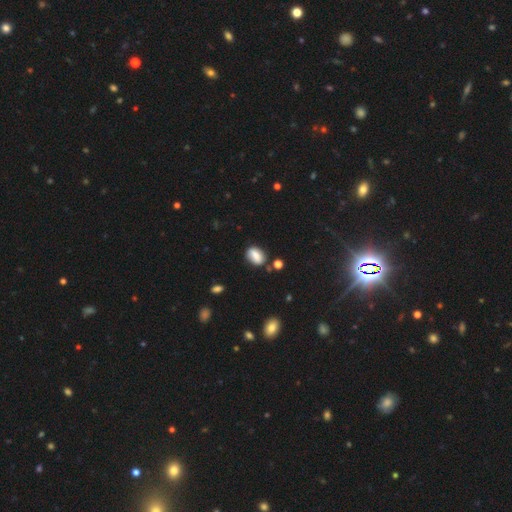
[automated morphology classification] smooth-or-featured: smooth: 79% | featured or disk: 12% | star or artifact: 9%
  how-rounded: in between: 83% | round: 15% | cigar-shaped: 3%
  merging: none: 74% | minor disturbance: 16% | merger: 6% | major disturbance: 4%